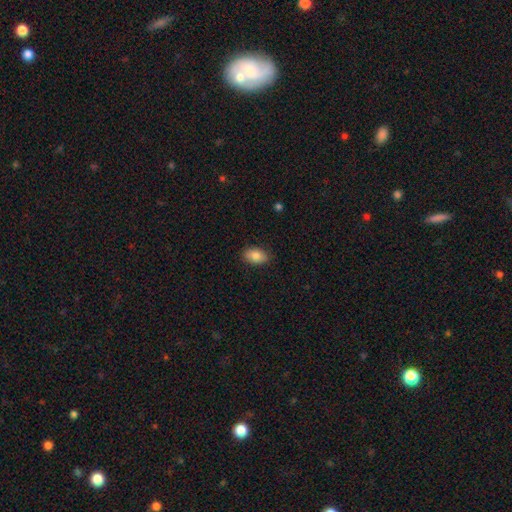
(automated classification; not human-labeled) A smooth galaxy with no disk features (83%) that is in between round and cigar-shaped (91%). Merging: none (87%).